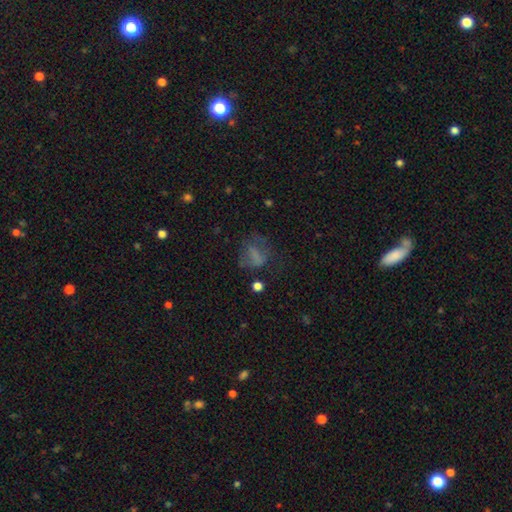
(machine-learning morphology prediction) smooth-or-featured: smooth: 57% | featured or disk: 25% | star or artifact: 18%
  how-rounded: in between: 53% | round: 44% | cigar-shaped: 3%
  merging: none: 43% | major disturbance: 32% | minor disturbance: 22% | merger: 4%